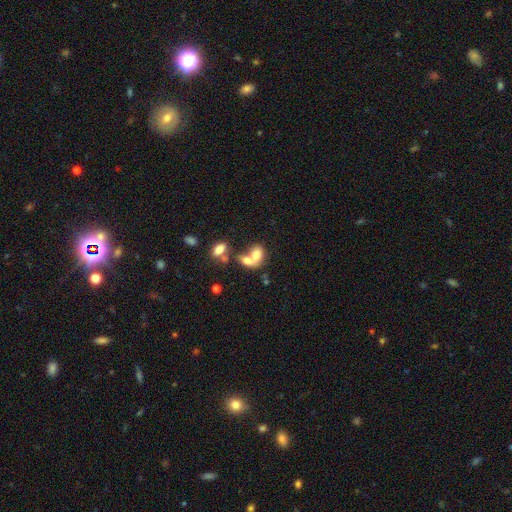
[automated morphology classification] Q: Smooth or featured?
A: smooth (70%); runner-up: featured or disk (20%)
Q: How rounded?
A: in between (76%); runner-up: round (22%)
Q: Merging?
A: merger (69%); runner-up: none (18%)